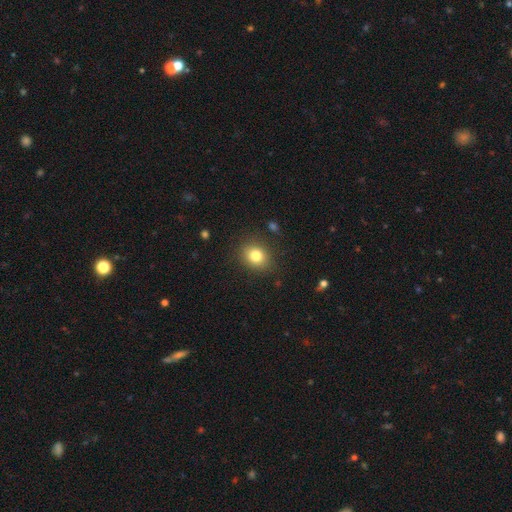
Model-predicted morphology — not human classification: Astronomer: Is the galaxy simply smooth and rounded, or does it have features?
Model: smooth — 81%.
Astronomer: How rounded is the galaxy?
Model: round — 61% (runner-up: in between, 38%).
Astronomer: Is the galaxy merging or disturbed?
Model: none — 85%.